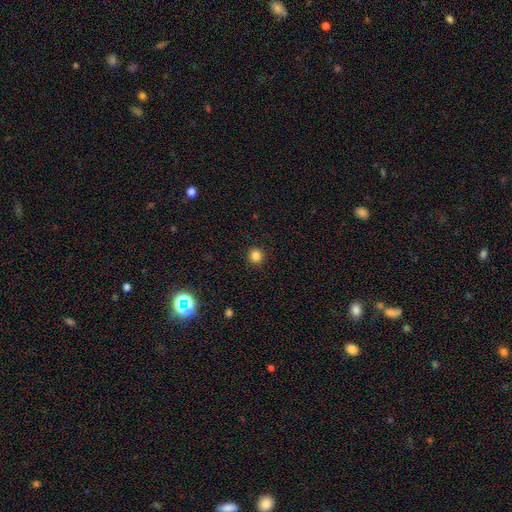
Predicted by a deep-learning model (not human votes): smooth-or-featured: smooth: 83% | star or artifact: 13% | featured or disk: 4%
  how-rounded: round: 92% | in between: 7% | cigar-shaped: 1%
  merging: none: 92% | minor disturbance: 5% | major disturbance: 2% | merger: 1%